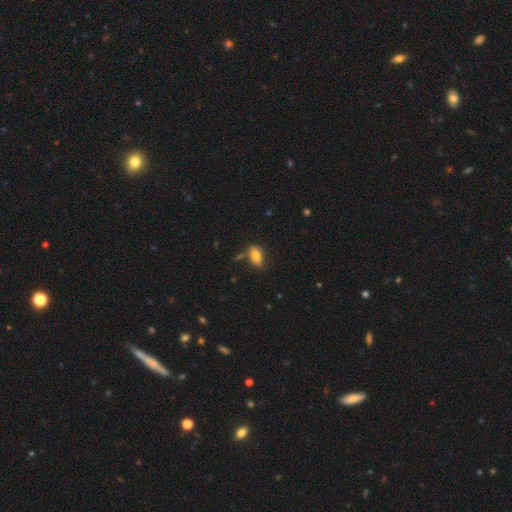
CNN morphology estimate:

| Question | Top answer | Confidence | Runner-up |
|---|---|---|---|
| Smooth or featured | smooth | 73% | featured or disk (19%) |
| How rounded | in between | 85% | cigar-shaped (9%) |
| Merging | none | 66% | minor disturbance (19%) |